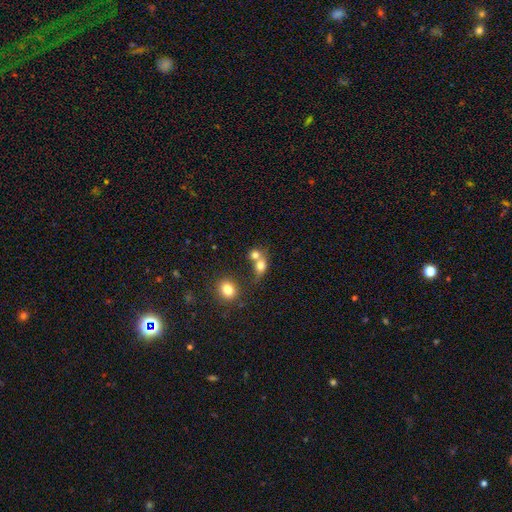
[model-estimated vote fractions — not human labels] smooth_or_featured: smooth (p=0.76) [alt: featured or disk p=0.13]
how_rounded: round (p=0.64) [alt: in between p=0.34]
merging: merger (p=0.59) [alt: none p=0.29]